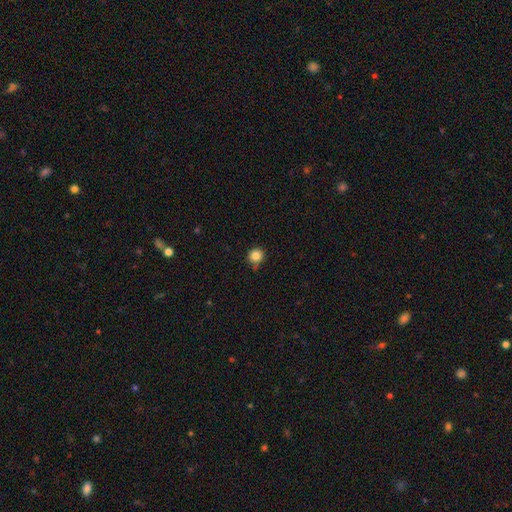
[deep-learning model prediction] Smooth or featured? smooth (84%)
How rounded? round (91%)
Merging? none (76%)